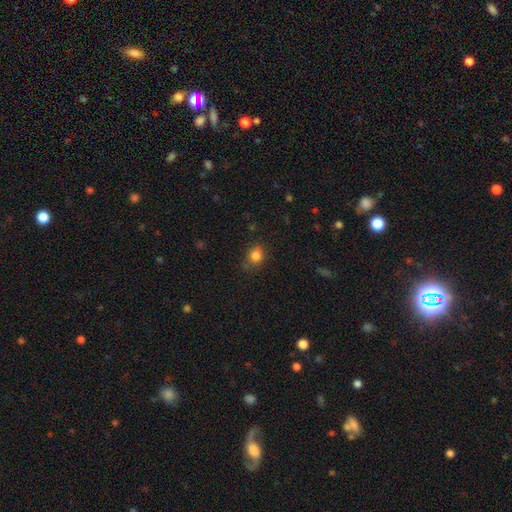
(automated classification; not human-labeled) The model was most divided on "how rounded": round: 61%, in between: 38%, cigar-shaped: 1%. More confident: smooth or featured — smooth (83%); merging — none (75%).